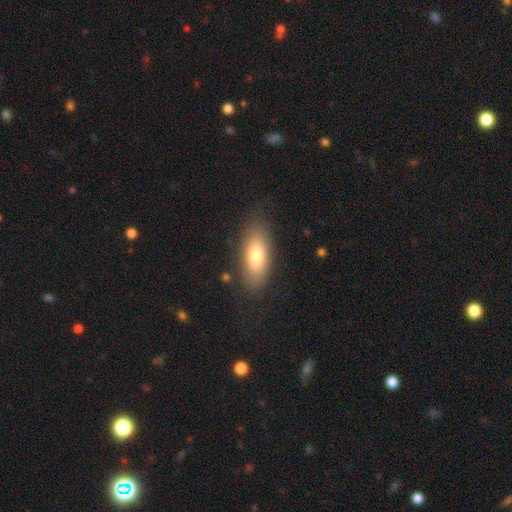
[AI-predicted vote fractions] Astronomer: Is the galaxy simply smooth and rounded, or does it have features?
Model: smooth — 74%.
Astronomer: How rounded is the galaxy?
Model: in between — 81%.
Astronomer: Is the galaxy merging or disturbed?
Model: none — 81%.